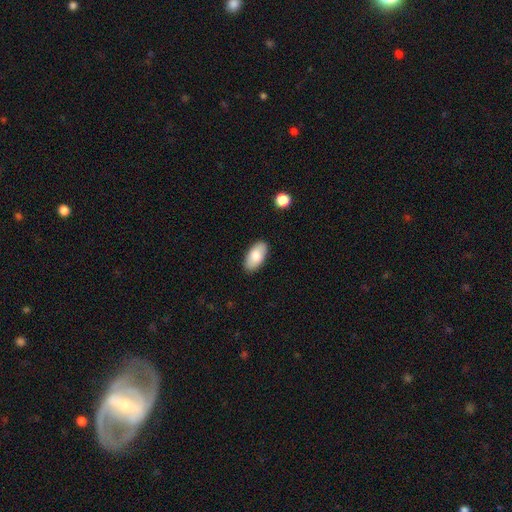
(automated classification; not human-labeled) The model was most divided on "smooth or featured": smooth: 80%, featured or disk: 14%, star or artifact: 6%. More confident: how rounded — in between (94%); merging — none (88%).